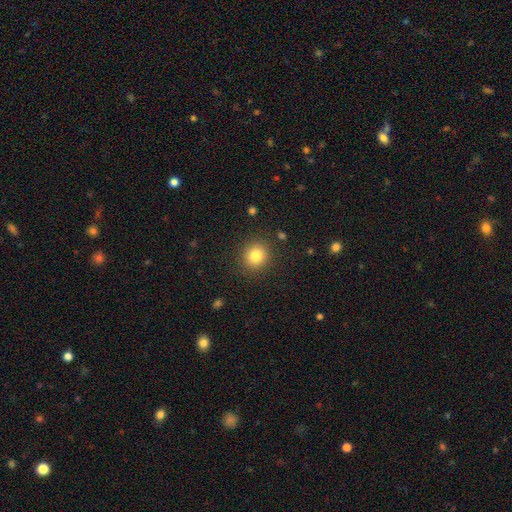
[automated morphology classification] smooth 81%, star or artifact 11%, featured or disk 7%. Down the decision tree: how rounded — round (87%); merging — none (89%).